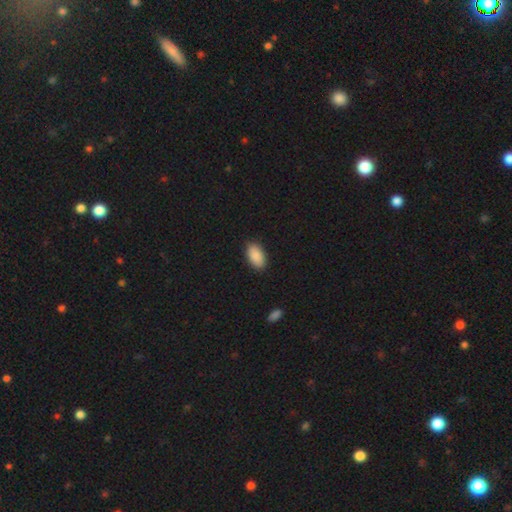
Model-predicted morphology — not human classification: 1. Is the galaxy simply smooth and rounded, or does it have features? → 90% smooth, 6% star or artifact, 3% featured or disk.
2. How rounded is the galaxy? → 95% in between, 3% round, 2% cigar-shaped.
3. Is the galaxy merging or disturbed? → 89% none, 8% minor disturbance, 2% major disturbance, 1% merger.